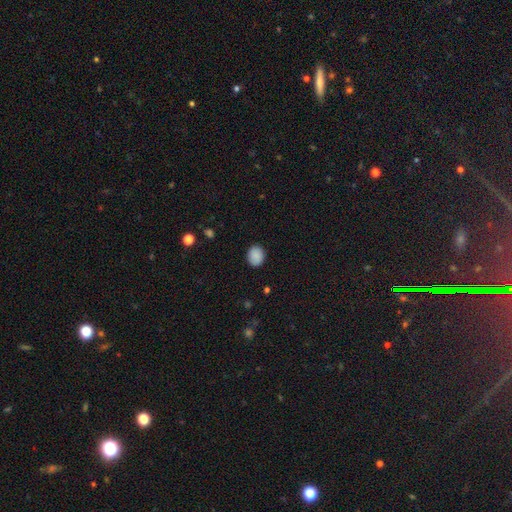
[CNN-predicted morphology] smooth 89%, star or artifact 8%, featured or disk 3%. Down the decision tree: how rounded — round (58%); merging — none (88%).